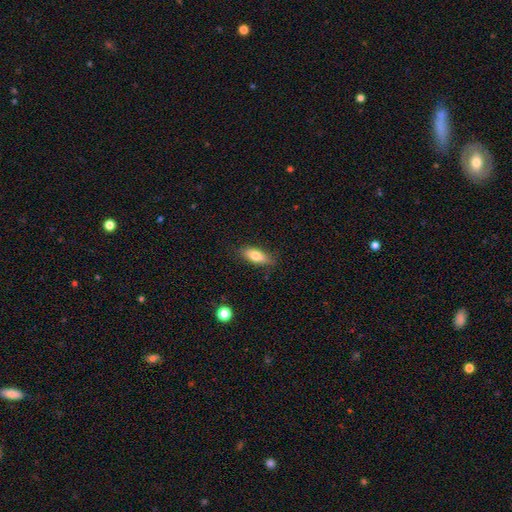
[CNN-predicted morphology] Smooth or featured? Predicted: smooth (p=0.76). How rounded? Predicted: in between (p=0.71). Merging? Predicted: none (p=0.81).